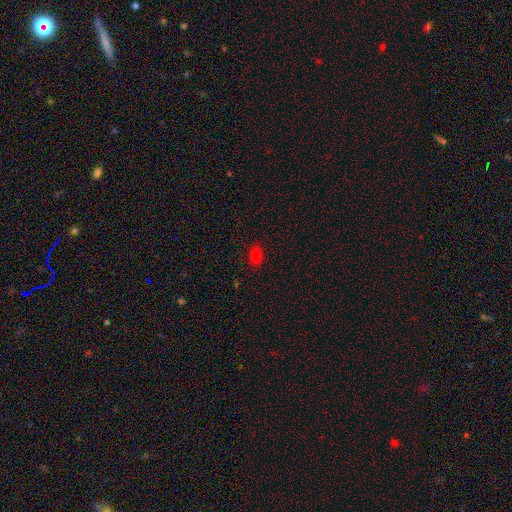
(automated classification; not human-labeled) Q: Smooth or featured?
A: smooth (78%); runner-up: star or artifact (16%)
Q: How rounded?
A: in between (78%); runner-up: round (20%)
Q: Merging?
A: none (87%); runner-up: minor disturbance (10%)